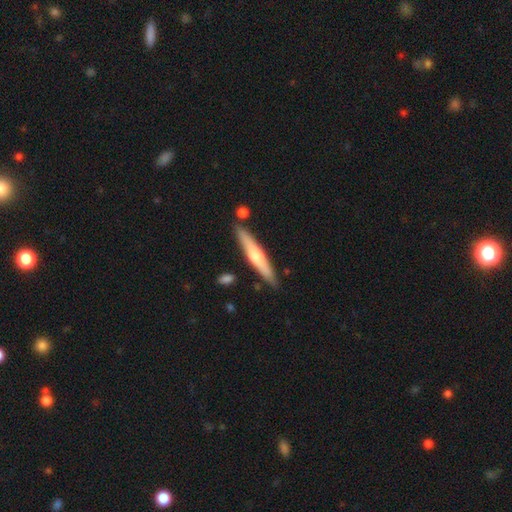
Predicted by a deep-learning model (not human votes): smooth_or_featured: featured or disk (p=0.50) [alt: smooth p=0.45]
merging: none (p=0.84) [alt: minor disturbance p=0.10]